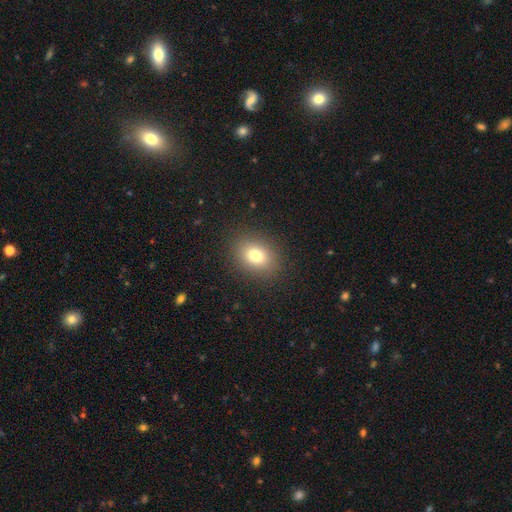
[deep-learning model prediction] Smooth or featured? smooth (77%)
How rounded? in between (54%)
Merging? none (89%)